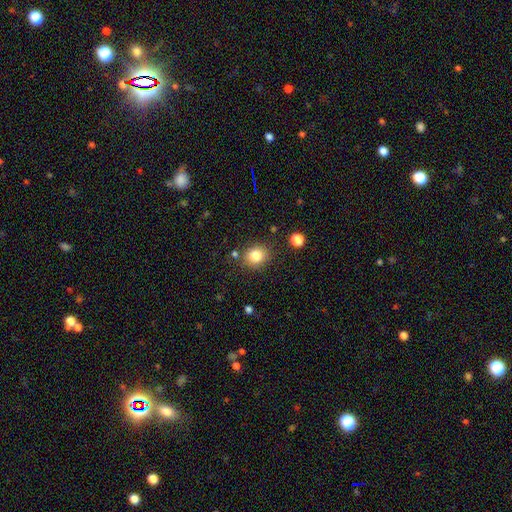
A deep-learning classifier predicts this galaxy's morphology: The model was most divided on "how rounded": round: 70%, in between: 29%, cigar-shaped: 1%. More confident: merging — none (82%); smooth or featured — smooth (82%).